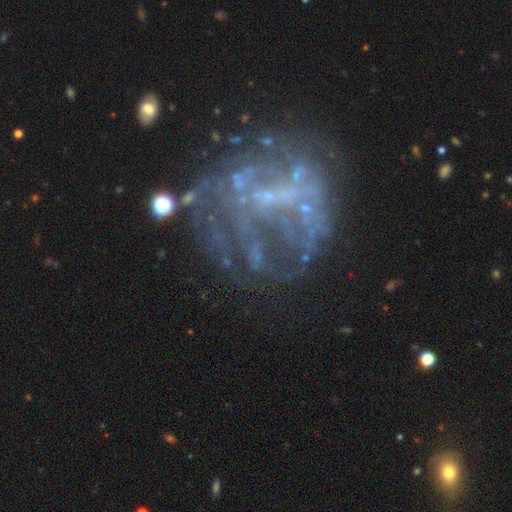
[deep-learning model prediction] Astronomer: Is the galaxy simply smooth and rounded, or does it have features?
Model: featured or disk — 67%.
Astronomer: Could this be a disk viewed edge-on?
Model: no — 97%.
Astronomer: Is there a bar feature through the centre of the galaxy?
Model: no — 65%.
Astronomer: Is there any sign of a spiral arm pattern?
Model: no — 55% (runner-up: yes, 45%).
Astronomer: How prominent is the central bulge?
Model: none — 46% (runner-up: small, 42%).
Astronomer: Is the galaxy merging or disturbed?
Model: none — 50% (runner-up: major disturbance, 27%).